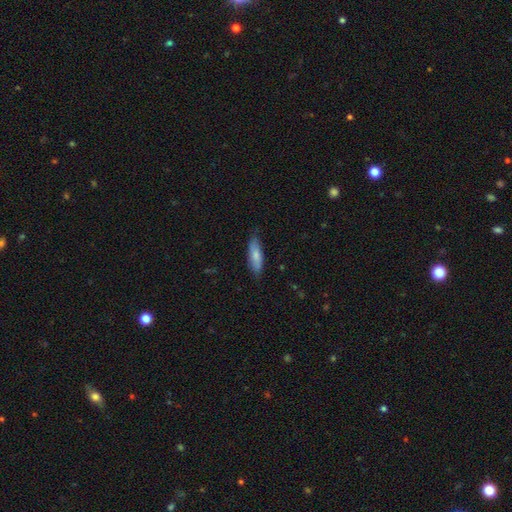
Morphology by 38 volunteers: A smooth galaxy with no disk features (82%) that is cigar-shaped (58%).

Vote fractions:
- Smooth or featured? smooth: 82% / featured or disk: 16% / star or artifact: 3%
- How rounded? cigar-shaped: 58% / in between: 42% / round: 0%
- Merging? none: 81% / minor disturbance: 16% / major disturbance: 3% / merger: 0%